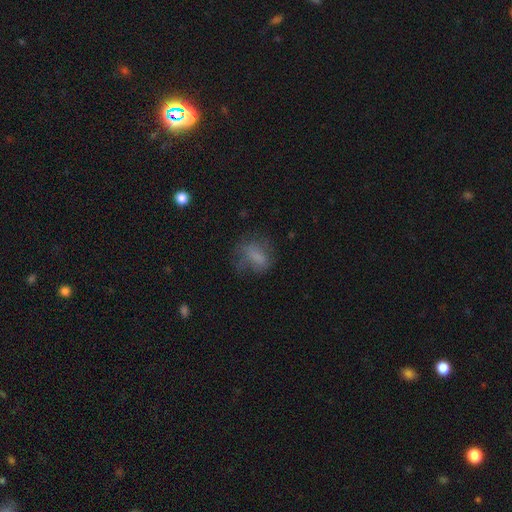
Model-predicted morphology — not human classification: This is likely a smooth galaxy (64%). How rounded: likely in between (66%). Merging: possibly none (51%).